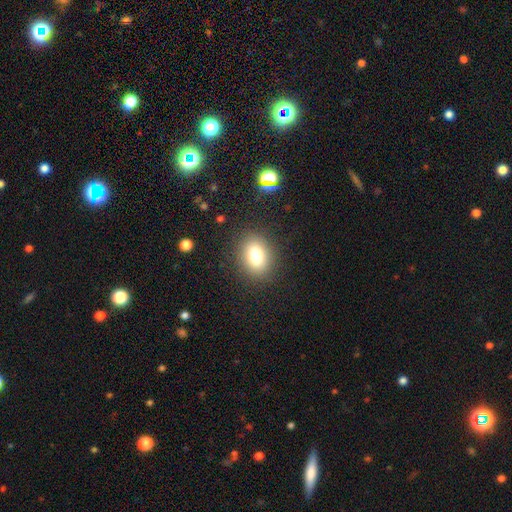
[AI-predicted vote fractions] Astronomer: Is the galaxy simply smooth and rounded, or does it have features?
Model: smooth — 77%.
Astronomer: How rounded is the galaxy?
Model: in between — 57% (runner-up: round, 42%).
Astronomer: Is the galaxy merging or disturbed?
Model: none — 87%.